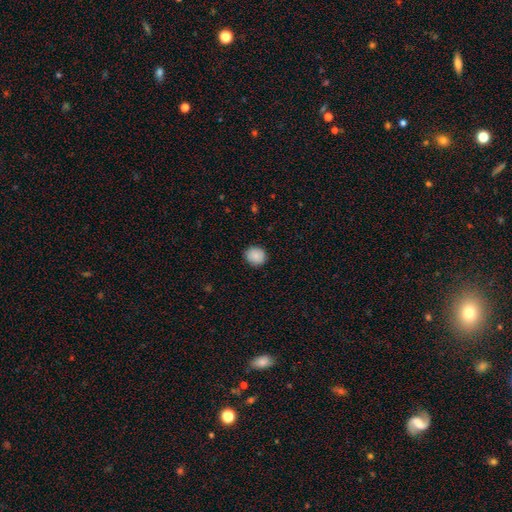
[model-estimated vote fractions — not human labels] Smooth or featured? smooth (87%)
How rounded? round (81%)
Merging? none (89%)